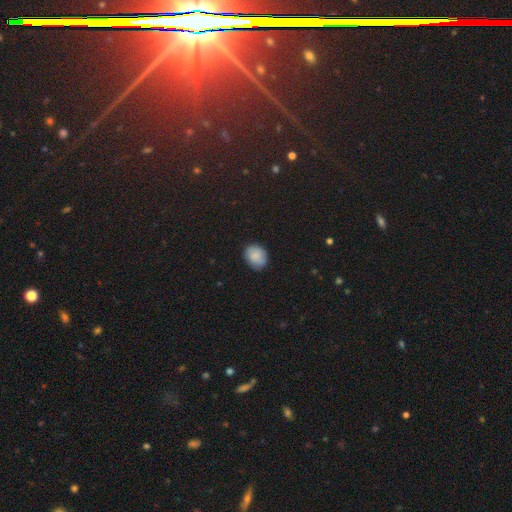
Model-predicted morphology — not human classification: A smooth galaxy with no disk features (83%) that is in between round and cigar-shaped (50%).

Vote fractions:
- Smooth or featured? smooth: 83% / featured or disk: 9% / star or artifact: 8%
- How rounded? in between: 50% / round: 49% / cigar-shaped: 1%
- Merging? none: 80% / minor disturbance: 16% / major disturbance: 3% / merger: 1%